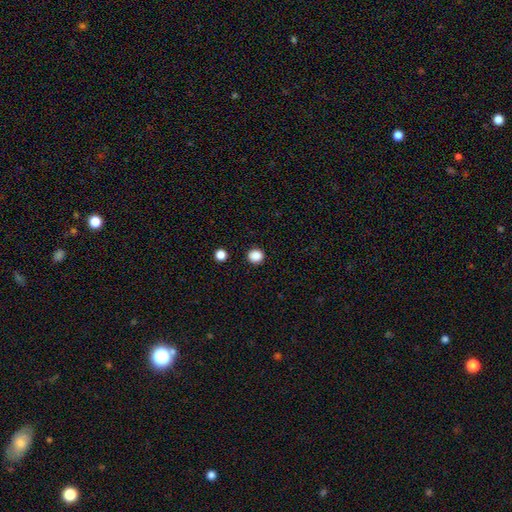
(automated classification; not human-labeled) Morphology: type=smooth (87%); roundness=round (90%); merging=none (92%).